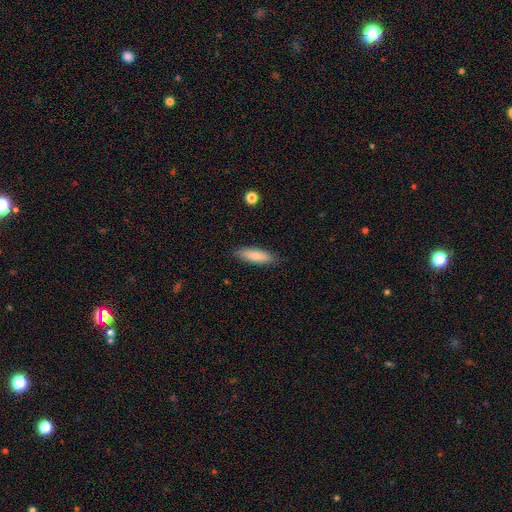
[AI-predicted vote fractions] Morphology: type=smooth (83%); roundness=cigar-shaped (54%); merging=none (87%).